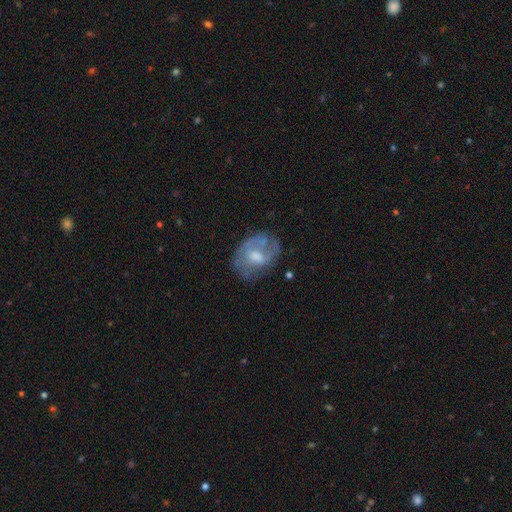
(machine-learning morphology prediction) Q: Smooth or featured?
A: featured or disk (62%); runner-up: smooth (30%)
Q: Edge-on disk?
A: no (96%); runner-up: yes (4%)
Q: Bar?
A: no (50%); runner-up: weak (42%)
Q: Spiral arms?
A: yes (62%); runner-up: no (38%)
Q: Bulge size?
A: moderate (57%); runner-up: small (24%)
Q: Merging?
A: none (55%); runner-up: minor disturbance (25%)